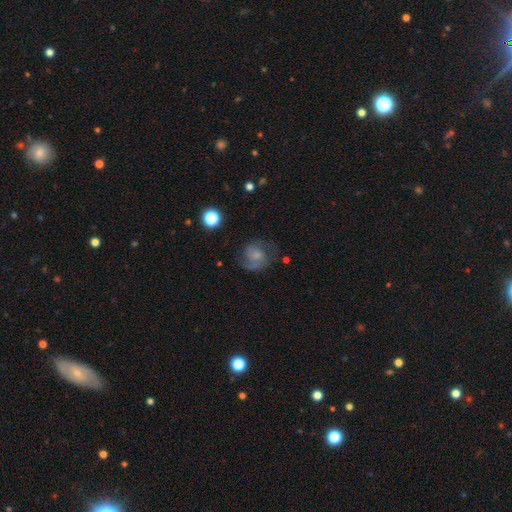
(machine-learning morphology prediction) Smooth or featured: featured or disk — 57% (smooth — 33%)
Edge-on disk: no — 98% (yes — 2%)
Bar: no — 68% (weak — 28%)
Spiral arms: yes — 86% (no — 14%)
Bulge size: small — 38% (moderate — 28%)
Merging: none — 58% (minor disturbance — 22%)